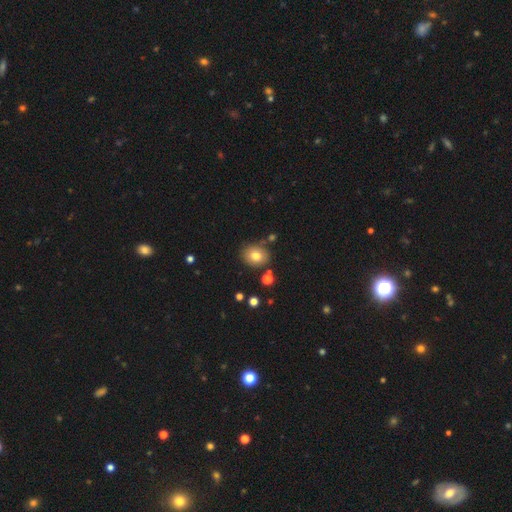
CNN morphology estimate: Smooth or featured? Predicted: smooth (p=0.76). How rounded? Predicted: round (p=0.67). Merging? Predicted: none (p=0.80).